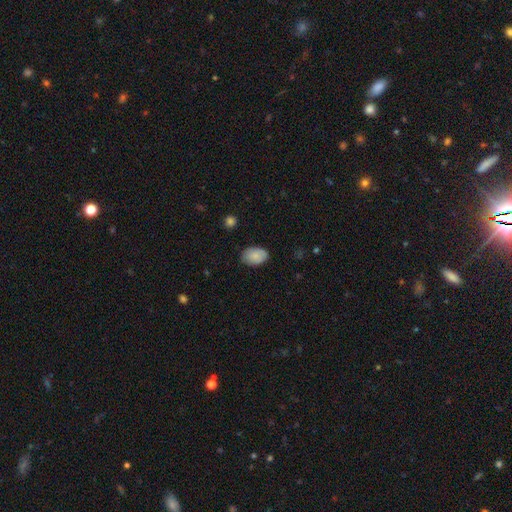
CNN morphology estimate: A smooth galaxy with no disk features (86%) that is in between round and cigar-shaped (89%).

Vote fractions:
- Smooth or featured? smooth: 86% / featured or disk: 8% / star or artifact: 7%
- How rounded? in between: 89% / round: 10% / cigar-shaped: 1%
- Merging? none: 79% / minor disturbance: 17% / major disturbance: 3% / merger: 1%